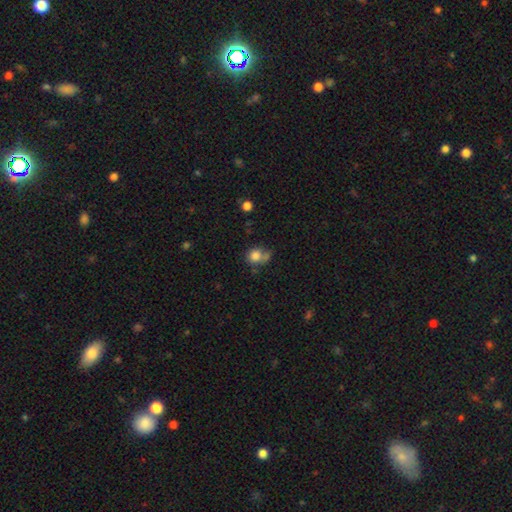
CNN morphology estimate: Smooth or featured: smooth — 80% (star or artifact — 11%)
How rounded: round — 76% (in between — 23%)
Merging: none — 48% (minor disturbance — 22%)